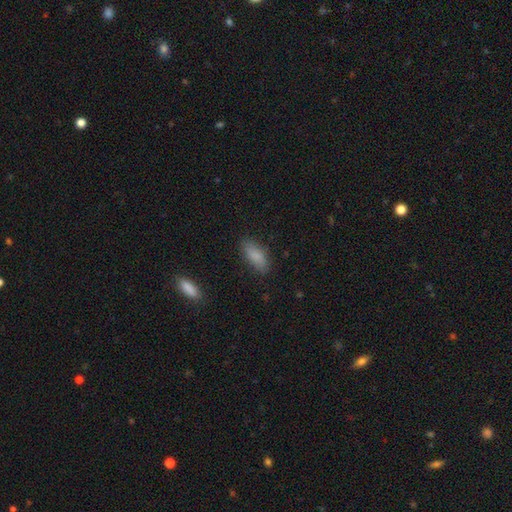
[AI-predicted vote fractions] A smooth galaxy with no disk features (85%) that is in between round and cigar-shaped (77%). Merging: none (83%).